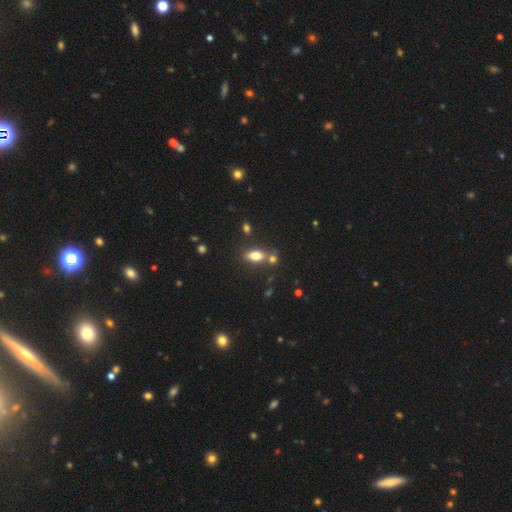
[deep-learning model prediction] This is likely a smooth galaxy (77%). How rounded: clearly in between (85%). Merging: likely none (64%).